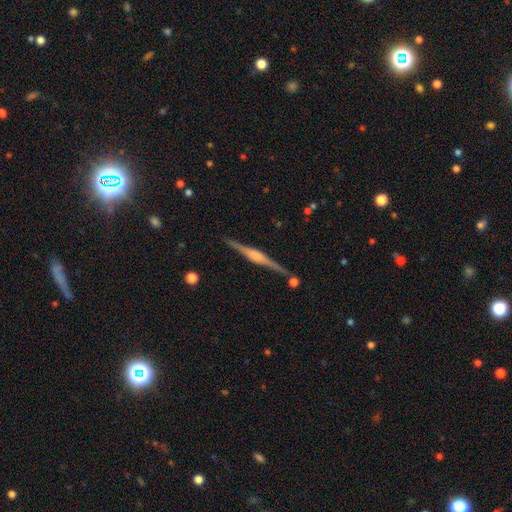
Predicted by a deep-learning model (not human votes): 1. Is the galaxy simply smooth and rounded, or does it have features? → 85% featured or disk, 10% smooth, 5% star or artifact.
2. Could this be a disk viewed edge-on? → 98% yes, 2% no.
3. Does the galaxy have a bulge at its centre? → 71% rounded, 24% boxy, 5% none.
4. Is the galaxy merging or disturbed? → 86% none, 9% minor disturbance, 3% merger, 2% major disturbance.